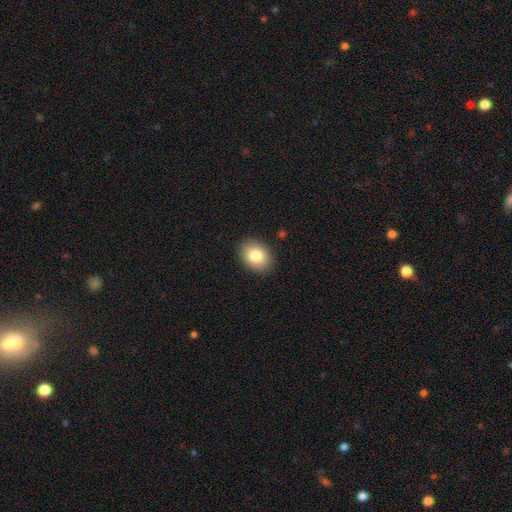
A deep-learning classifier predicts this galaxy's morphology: Q: Smooth or featured?
A: smooth (82%); runner-up: featured or disk (10%)
Q: How rounded?
A: in between (67%); runner-up: round (32%)
Q: Merging?
A: none (89%); runner-up: minor disturbance (8%)